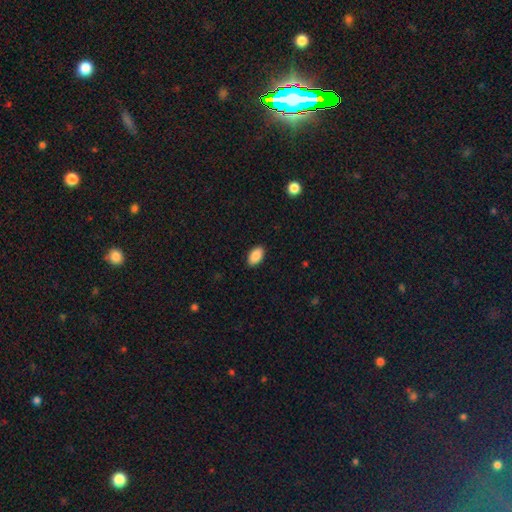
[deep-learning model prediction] Smooth or featured? Predicted: smooth (p=0.89). How rounded? Predicted: in between (p=0.94). Merging? Predicted: none (p=0.90).